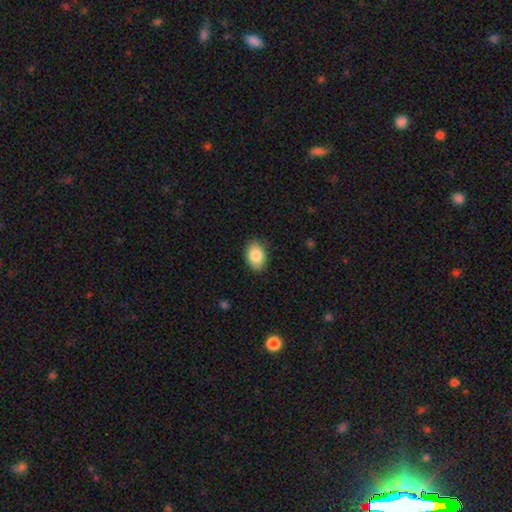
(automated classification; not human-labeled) Morphology: type=smooth (86%); roundness=in between (85%); merging=none (86%).